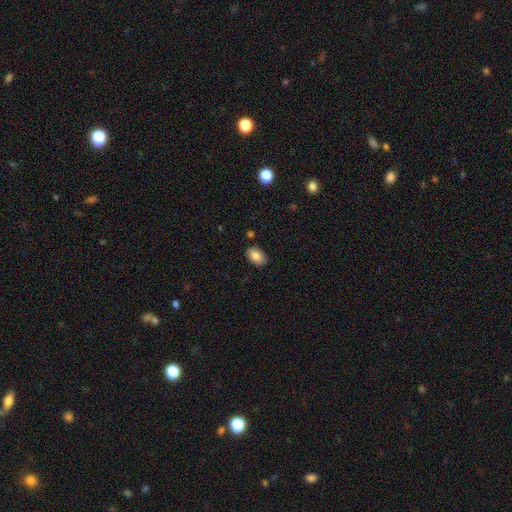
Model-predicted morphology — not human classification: Overall: smooth (82%). How rounded: in between (88%). Merging: none (86%).